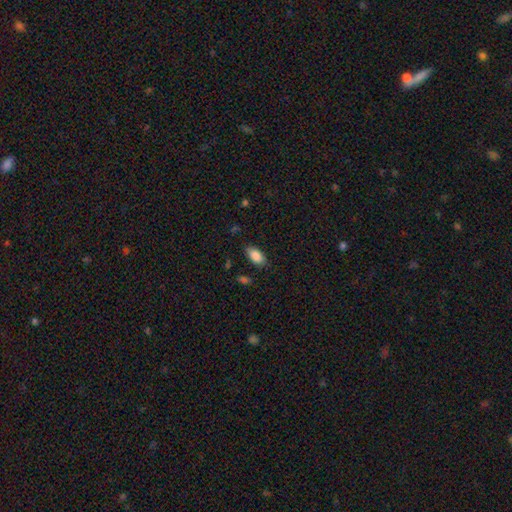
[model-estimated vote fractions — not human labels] Q: Smooth or featured?
A: smooth (87%); runner-up: star or artifact (7%)
Q: How rounded?
A: in between (92%); runner-up: cigar-shaped (5%)
Q: Merging?
A: none (82%); runner-up: minor disturbance (13%)